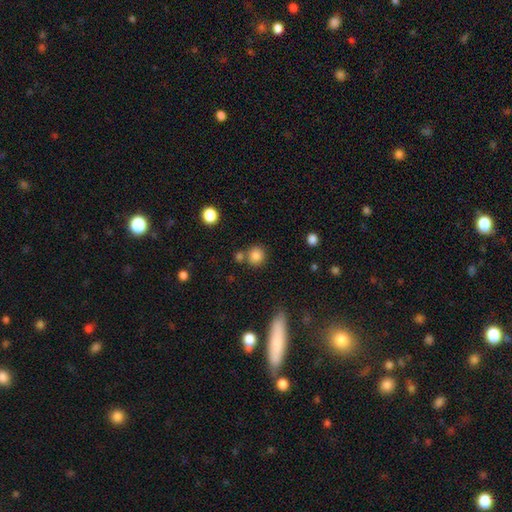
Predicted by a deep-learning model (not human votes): smooth-or-featured: smooth: 83% | star or artifact: 11% | featured or disk: 5%
  how-rounded: round: 88% | in between: 11% | cigar-shaped: 1%
  merging: none: 71% | merger: 17% | minor disturbance: 9% | major disturbance: 3%